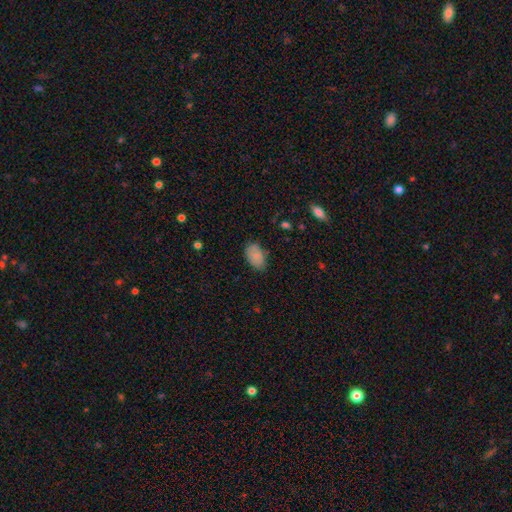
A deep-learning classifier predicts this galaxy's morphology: Smooth or featured: smooth — 84% (featured or disk — 8%)
How rounded: in between — 92% (round — 7%)
Merging: none — 76% (minor disturbance — 18%)